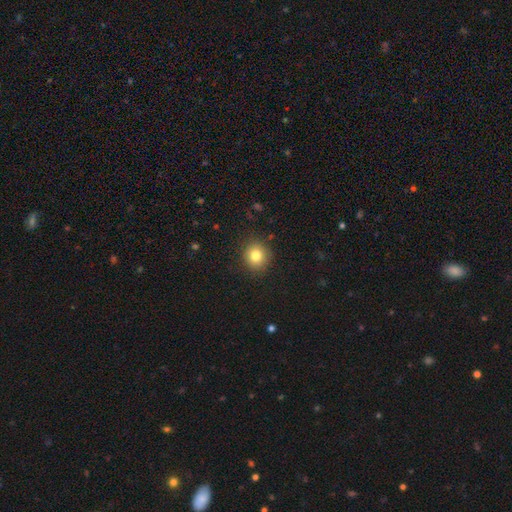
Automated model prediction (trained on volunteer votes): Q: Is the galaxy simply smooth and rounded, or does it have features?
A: smooth — 80%.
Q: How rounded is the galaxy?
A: round — 88%.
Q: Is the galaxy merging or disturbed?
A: none — 90%.